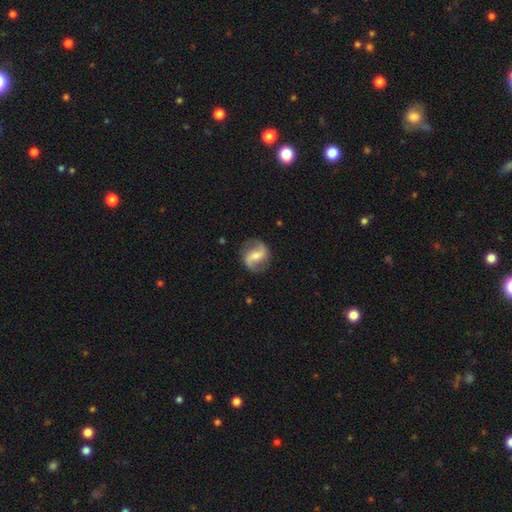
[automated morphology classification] type=featured or disk (81%); edge-on=no (98%); bar=weak (44%); spiral arms=yes (95%); winding=loose (48%); arm count=2 (93%); bulge=moderate (49%); merging=none (84%).